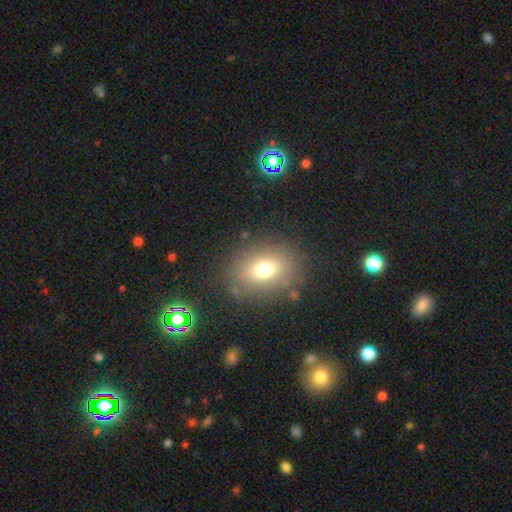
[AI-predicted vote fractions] Morphology: type=smooth (58%); roundness=in between (62%); merging=none (84%).